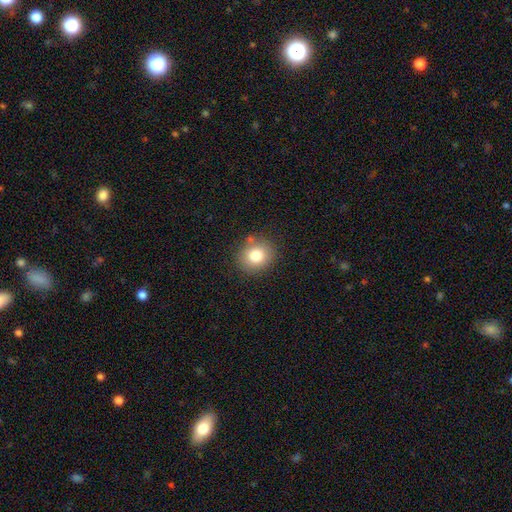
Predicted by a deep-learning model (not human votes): Overall: smooth (79%). How rounded: round (71%). Merging: none (82%).